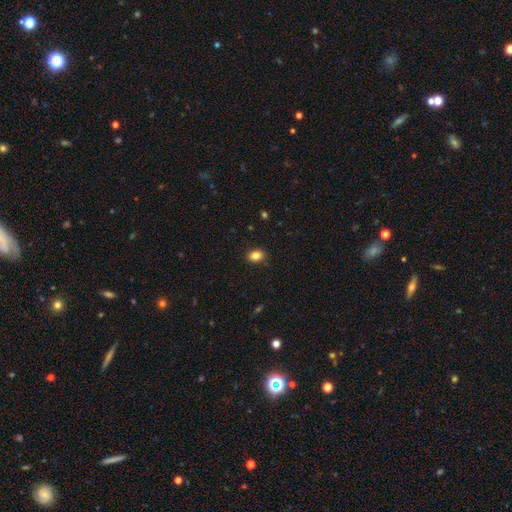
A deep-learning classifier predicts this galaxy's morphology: This appears to be a smooth galaxy with no disk features (85%) that is in between round and cigar-shaped (70%). Merging: none (88%).